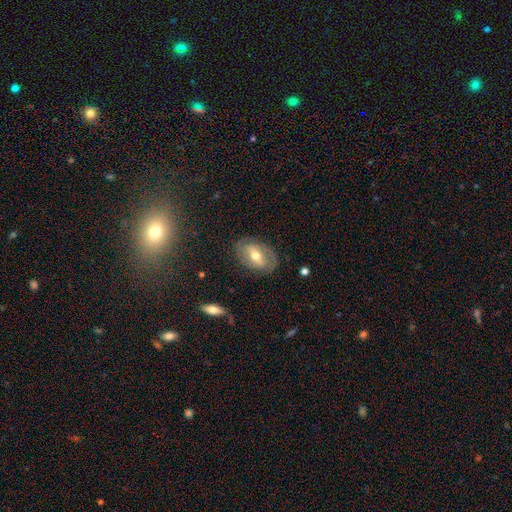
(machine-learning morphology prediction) smooth_or_featured: featured or disk (p=0.58) [alt: smooth p=0.35]
disk_edge_on: no (p=0.90) [alt: yes p=0.10]
bar: strong (p=0.37) [tied with: weak p=0.37]
has_spiral_arms: yes (p=0.52) [alt: no p=0.48]
bulge_size: moderate (p=0.70) [alt: small p=0.22]
merging: none (p=0.78) [alt: minor disturbance p=0.15]